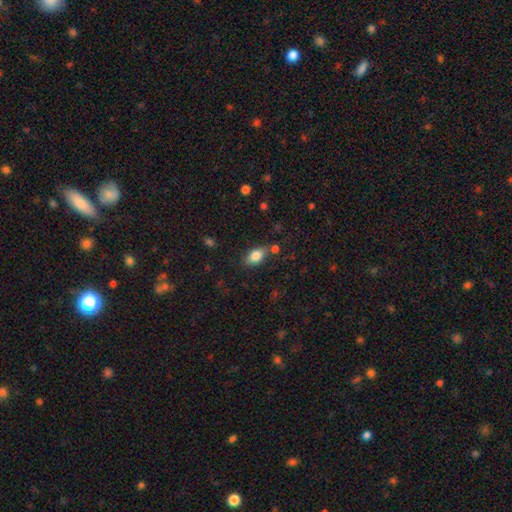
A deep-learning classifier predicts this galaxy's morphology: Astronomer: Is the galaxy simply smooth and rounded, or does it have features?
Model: smooth — 80%.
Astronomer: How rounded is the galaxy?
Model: in between — 87%.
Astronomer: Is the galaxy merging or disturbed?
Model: none — 73%.